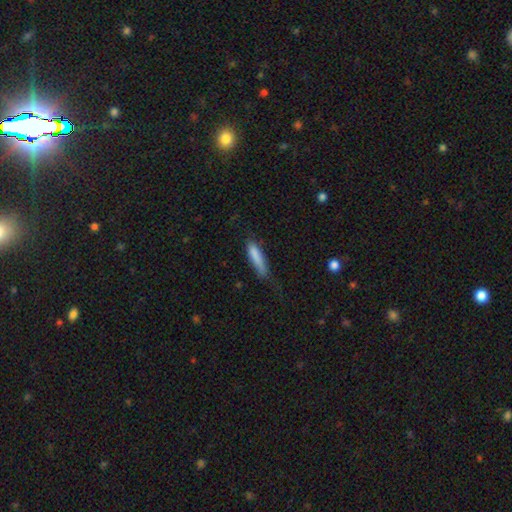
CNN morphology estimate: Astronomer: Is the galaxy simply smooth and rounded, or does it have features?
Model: smooth — 82%.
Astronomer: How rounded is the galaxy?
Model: cigar-shaped — 76%.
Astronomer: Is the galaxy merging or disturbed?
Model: none — 55% (runner-up: minor disturbance, 32%).